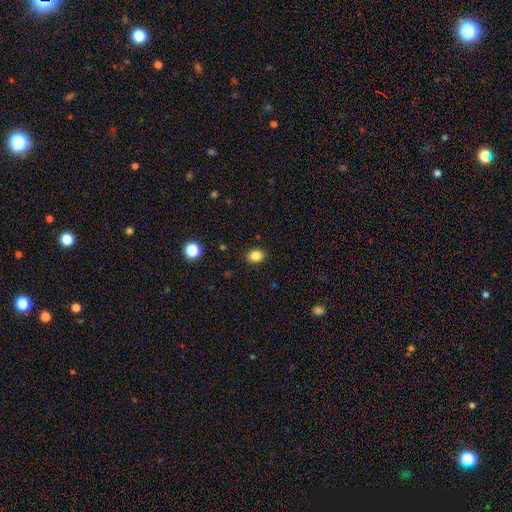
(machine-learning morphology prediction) This is clearly a smooth galaxy (84%). How rounded: possibly round (51%). Merging: clearly none (90%).